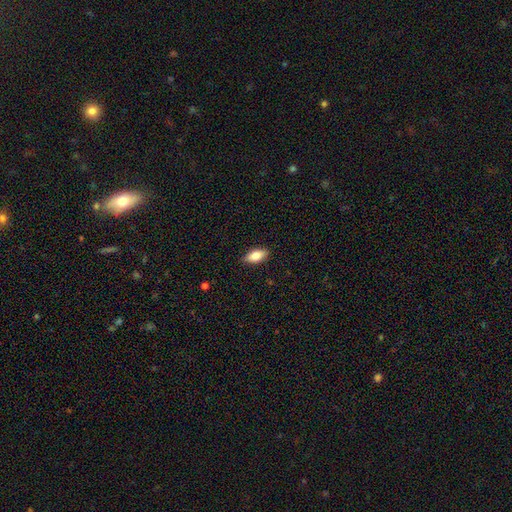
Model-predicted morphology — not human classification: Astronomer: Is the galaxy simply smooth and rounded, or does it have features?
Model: smooth — 80%.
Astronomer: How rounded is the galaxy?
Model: in between — 86%.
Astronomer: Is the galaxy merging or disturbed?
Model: none — 87%.